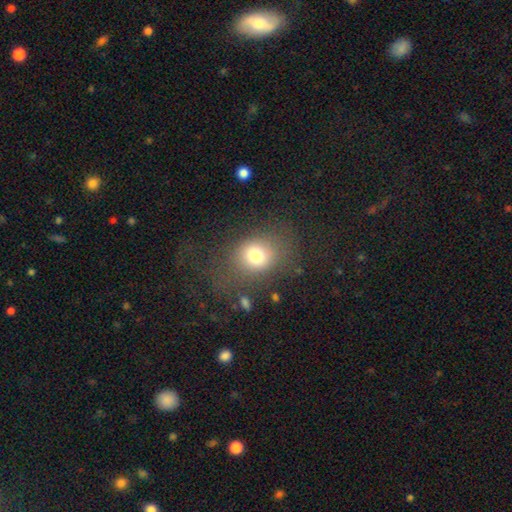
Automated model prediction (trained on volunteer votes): Smooth or featured: smooth — 76% (star or artifact — 13%)
How rounded: round — 55% (in between — 44%)
Merging: none — 65% (minor disturbance — 16%)